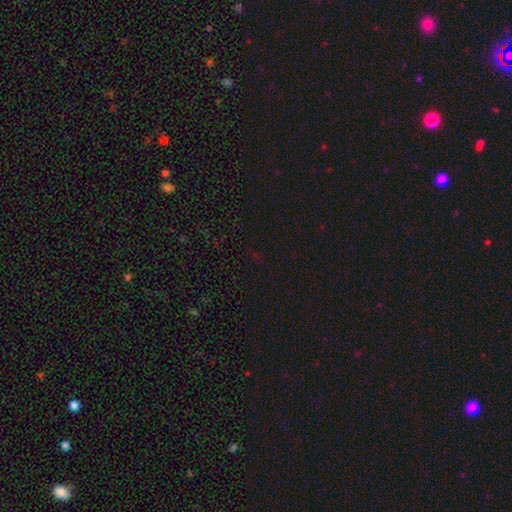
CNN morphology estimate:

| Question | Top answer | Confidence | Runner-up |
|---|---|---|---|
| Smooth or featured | star or artifact | 75% | smooth (18%) |